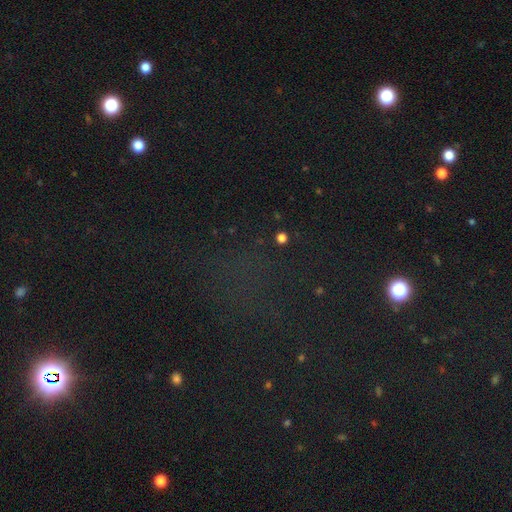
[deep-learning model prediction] Morphology: type=star or artifact (67%).